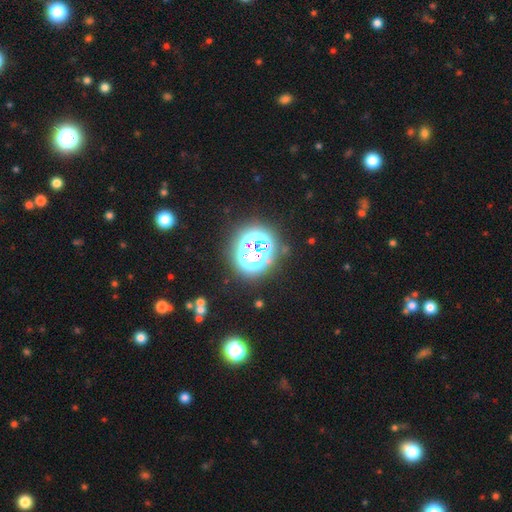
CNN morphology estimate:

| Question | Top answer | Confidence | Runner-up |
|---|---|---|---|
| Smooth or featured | star or artifact | 76% | smooth (17%) |